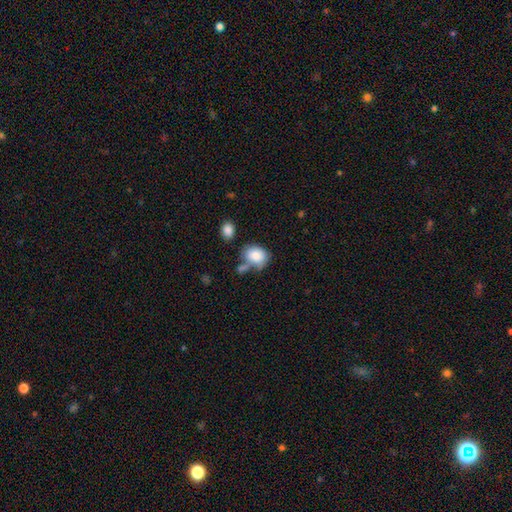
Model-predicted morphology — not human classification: Smooth or featured? smooth (84%)
How rounded? in between (62%)
Merging? none (49%)